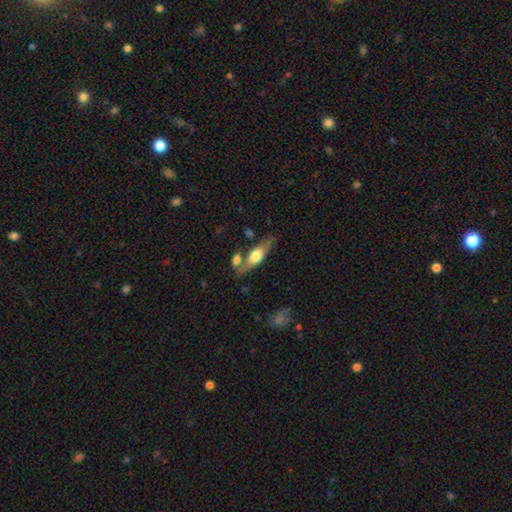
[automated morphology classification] A smooth galaxy with no disk features (49%). Merging: none (64%).